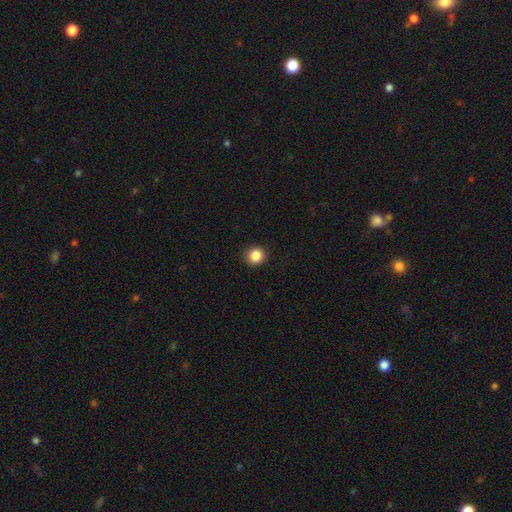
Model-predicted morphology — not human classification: Smooth or featured? Predicted: smooth (p=0.87). How rounded? Predicted: round (p=0.93). Merging? Predicted: none (p=0.91).